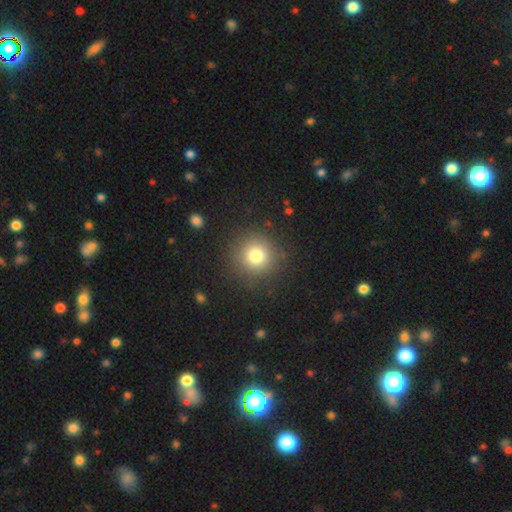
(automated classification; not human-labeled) This appears to be a smooth galaxy with no disk features (78%) that is round (94%). Merging: none (89%).